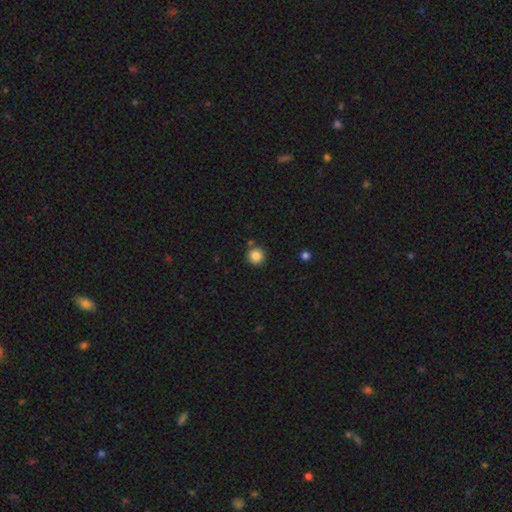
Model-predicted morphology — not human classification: Smooth or featured?
  - smooth: 85% *
  - star or artifact: 10%
  - featured or disk: 5%
How rounded?
  - round: 95% *
  - in between: 4%
  - cigar-shaped: 1%
Merging?
  - none: 86% *
  - minor disturbance: 7%
  - merger: 5%
  - major disturbance: 2%